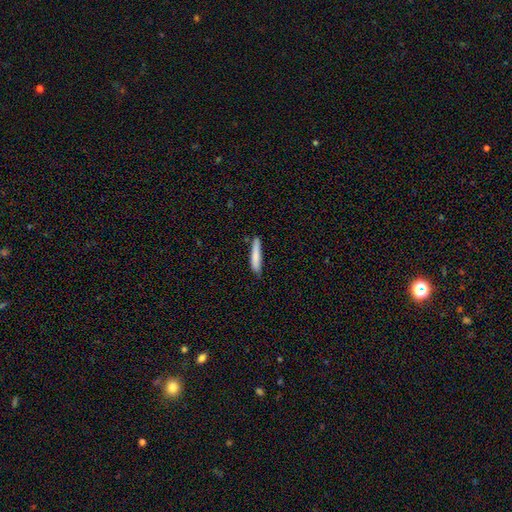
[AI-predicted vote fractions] Q: Smooth or featured?
A: smooth (83%); runner-up: featured or disk (12%)
Q: How rounded?
A: cigar-shaped (89%); runner-up: in between (9%)
Q: Merging?
A: none (79%); runner-up: minor disturbance (17%)